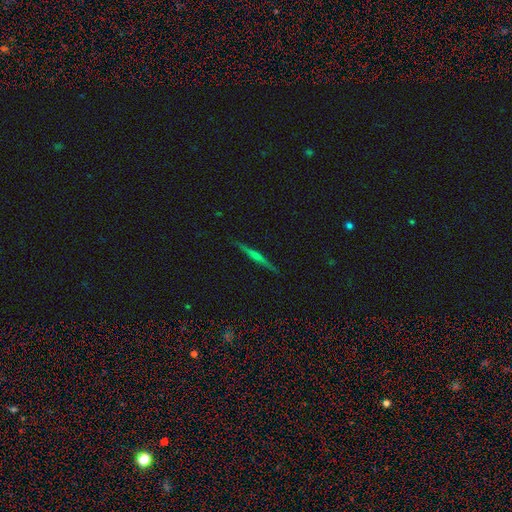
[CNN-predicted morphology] Overall: featured or disk (77%). Edge-on disk: yes (98%). Edge-on bulge: rounded (71%). Merging: none (92%).